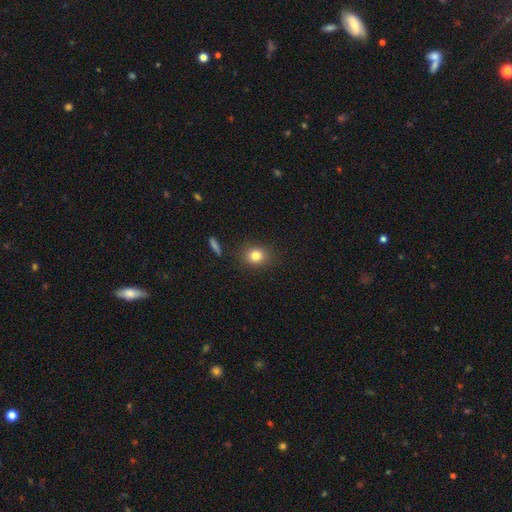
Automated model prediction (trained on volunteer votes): smooth_or_featured: smooth (p=0.81) [alt: star or artifact p=0.11]
how_rounded: round (p=0.71) [alt: in between p=0.28]
merging: none (p=0.87) [alt: minor disturbance p=0.09]